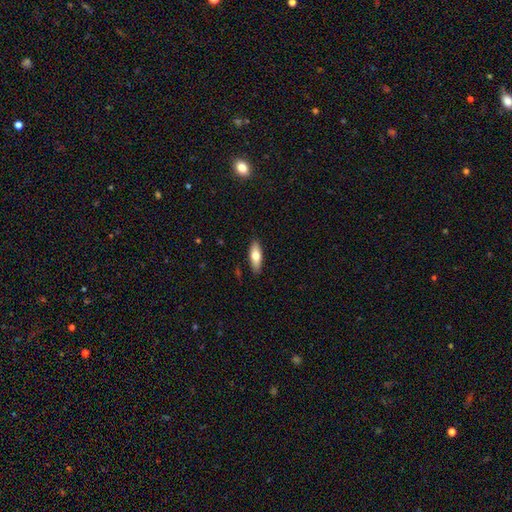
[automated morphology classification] smooth 72%, featured or disk 22%, star or artifact 6%. Down the decision tree: how rounded — in between (62%); merging — none (88%).